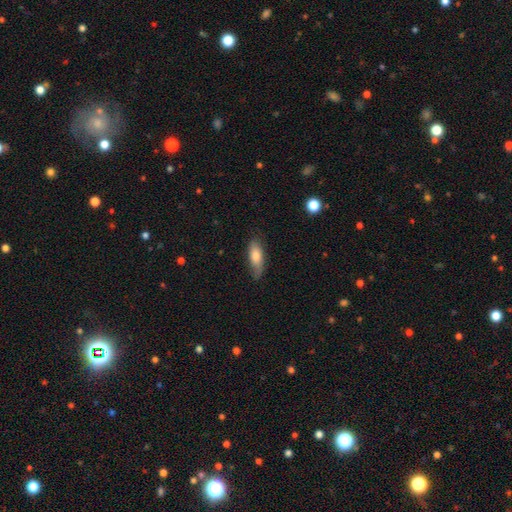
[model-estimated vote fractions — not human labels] Smooth or featured? Predicted: smooth (p=0.75). How rounded? Predicted: in between (p=0.70). Merging? Predicted: none (p=0.70).